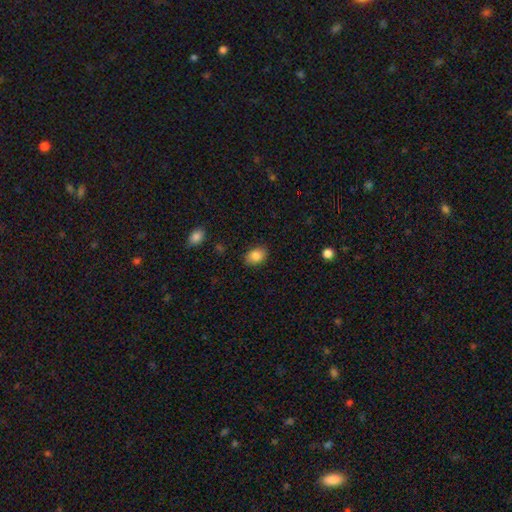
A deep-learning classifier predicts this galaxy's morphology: Smooth or featured? Predicted: smooth (p=0.85). How rounded? Predicted: in between (p=0.76). Merging? Predicted: none (p=0.86).